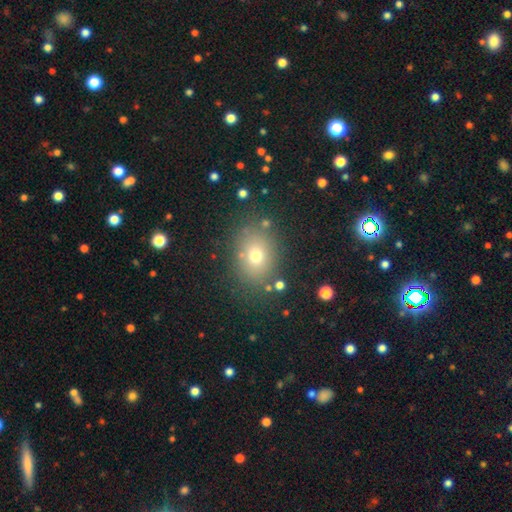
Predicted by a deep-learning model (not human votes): The model was most divided on "how rounded": in between: 53%, round: 45%, cigar-shaped: 1%. More confident: merging — none (80%); smooth or featured — smooth (69%).